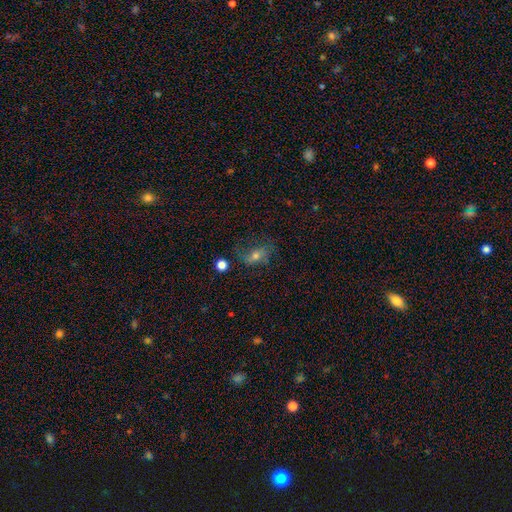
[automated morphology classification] smooth_or_featured: smooth (p=0.43) [alt: featured or disk p=0.42]
merging: none (p=0.53) [alt: minor disturbance p=0.23]